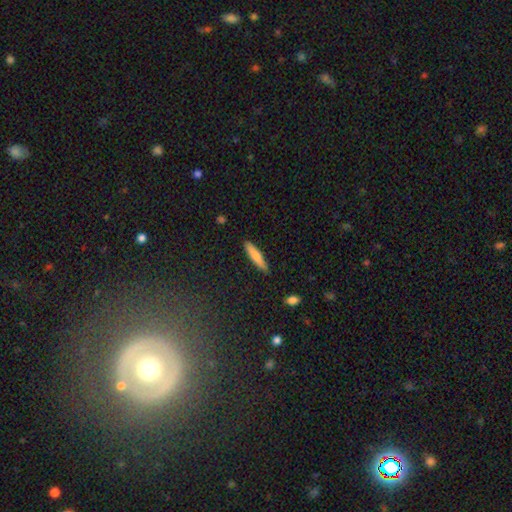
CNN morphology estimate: Q: Smooth or featured?
A: smooth (72%); runner-up: featured or disk (22%)
Q: How rounded?
A: cigar-shaped (86%); runner-up: in between (13%)
Q: Merging?
A: none (88%); runner-up: minor disturbance (9%)